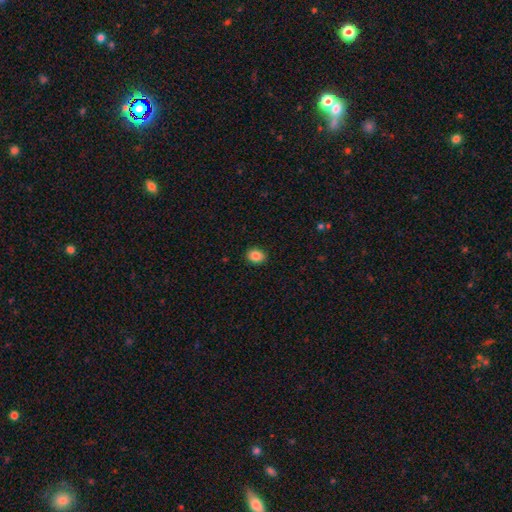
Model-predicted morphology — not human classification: Smooth or featured? smooth (86%)
How rounded? in between (52%)
Merging? none (89%)